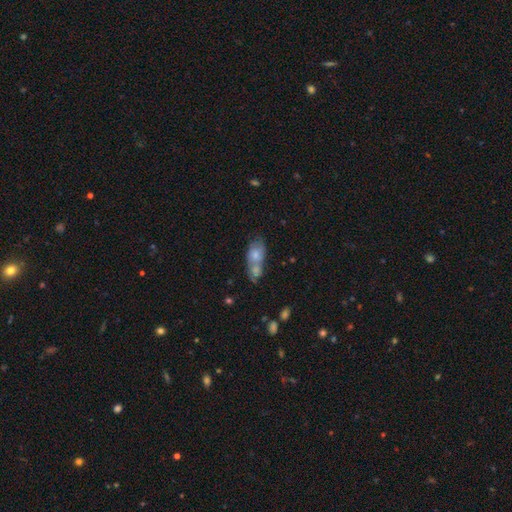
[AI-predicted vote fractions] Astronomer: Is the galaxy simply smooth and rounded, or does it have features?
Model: smooth — 68%.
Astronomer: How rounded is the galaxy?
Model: in between — 80%.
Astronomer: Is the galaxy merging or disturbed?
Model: merger — 58%.